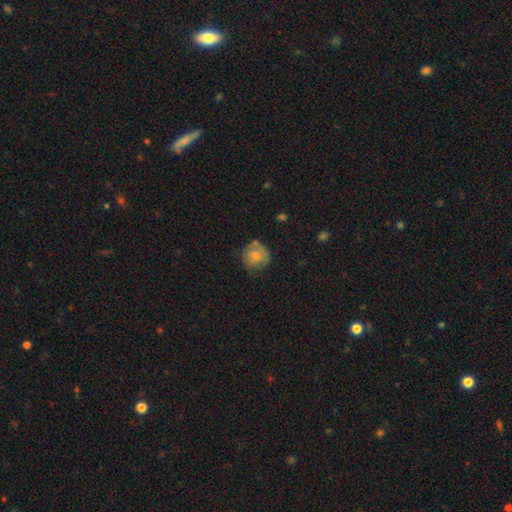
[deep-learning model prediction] Smooth or featured?
  - smooth: 64% *
  - featured or disk: 27%
  - star or artifact: 9%
How rounded?
  - round: 88% *
  - in between: 11%
  - cigar-shaped: 1%
Merging?
  - none: 67% *
  - minor disturbance: 24%
  - major disturbance: 6%
  - merger: 4%